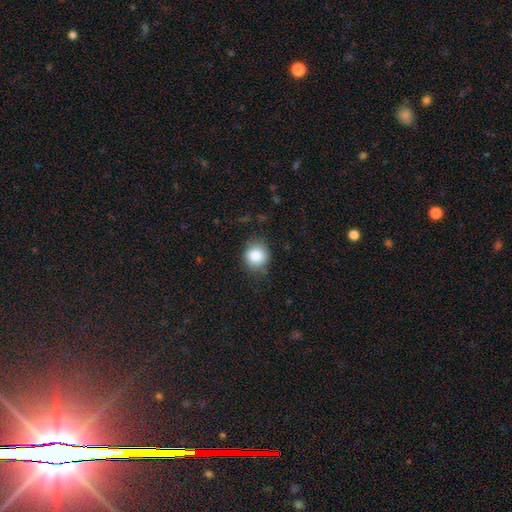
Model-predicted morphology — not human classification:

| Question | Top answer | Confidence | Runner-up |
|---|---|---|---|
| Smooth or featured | smooth | 85% | star or artifact (9%) |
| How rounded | round | 81% | in between (18%) |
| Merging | none | 77% | minor disturbance (17%) |